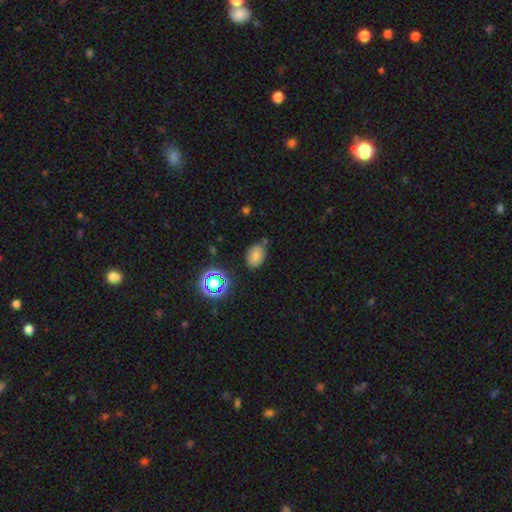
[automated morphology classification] smooth_or_featured: smooth (p=0.73) [alt: star or artifact p=0.17]
how_rounded: in between (p=0.83) [alt: round p=0.16]
merging: none (p=0.74) [alt: minor disturbance p=0.17]